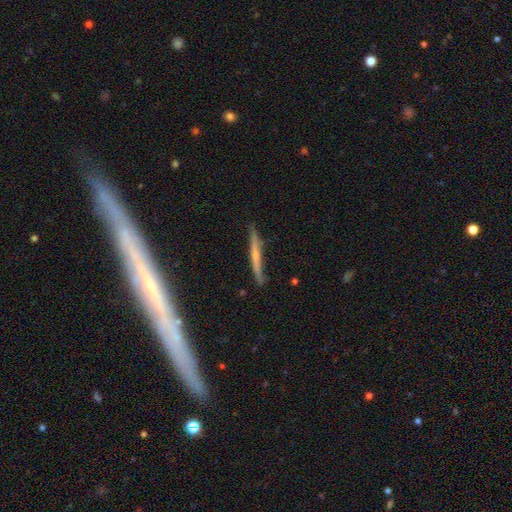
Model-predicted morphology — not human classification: The model was most divided on "edge-on bulge": rounded: 53%, none: 41%, boxy: 6%. More confident: edge-on disk — yes (94%); merging — none (81%); smooth or featured — featured or disk (59%).